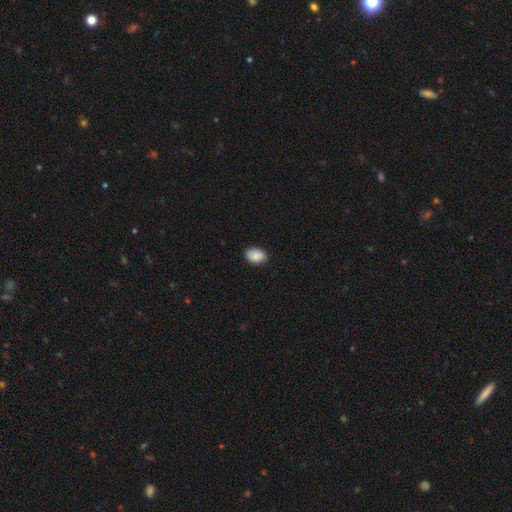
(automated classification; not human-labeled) smooth-or-featured: smooth: 90% | star or artifact: 7% | featured or disk: 4%
  how-rounded: in between: 86% | round: 13% | cigar-shaped: 1%
  merging: none: 87% | minor disturbance: 10% | major disturbance: 2% | merger: 1%